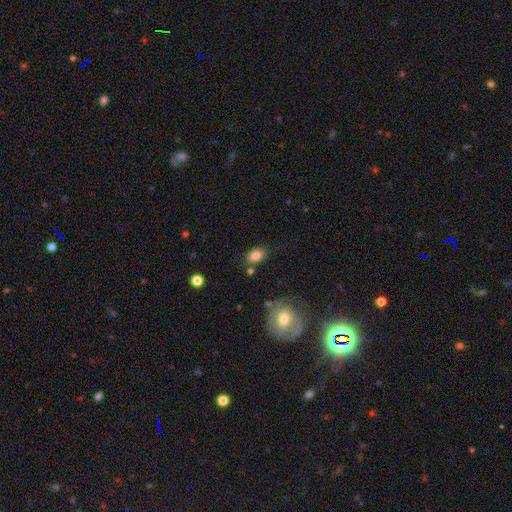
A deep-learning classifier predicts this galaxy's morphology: A smooth galaxy with no disk features (81%) that is in between round and cigar-shaped (84%).

Vote fractions:
- Smooth or featured? smooth: 81% / featured or disk: 10% / star or artifact: 9%
- How rounded? in between: 84% / round: 14% / cigar-shaped: 2%
- Merging? none: 75% / minor disturbance: 15% / merger: 6% / major disturbance: 4%